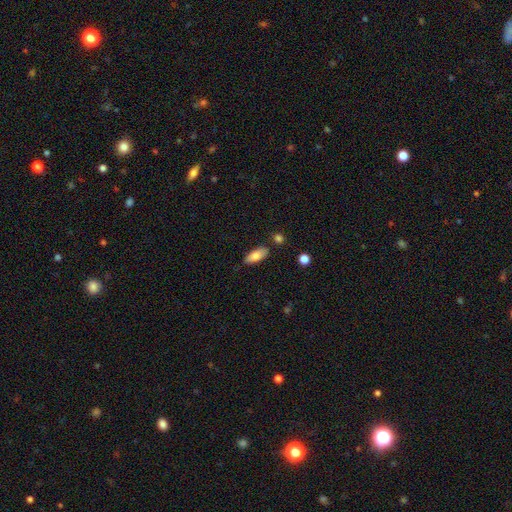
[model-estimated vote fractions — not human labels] Smooth or featured?
  - smooth: 81% *
  - featured or disk: 12%
  - star or artifact: 7%
How rounded?
  - in between: 80% *
  - cigar-shaped: 18%
  - round: 2%
Merging?
  - none: 81% *
  - minor disturbance: 13%
  - merger: 4%
  - major disturbance: 2%